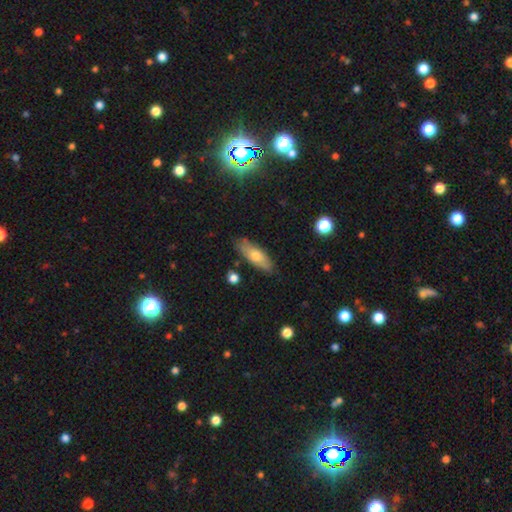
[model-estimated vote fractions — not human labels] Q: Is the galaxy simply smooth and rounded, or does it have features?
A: smooth — 65%.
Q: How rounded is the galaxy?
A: in between — 61%.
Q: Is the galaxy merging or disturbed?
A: none — 81%.